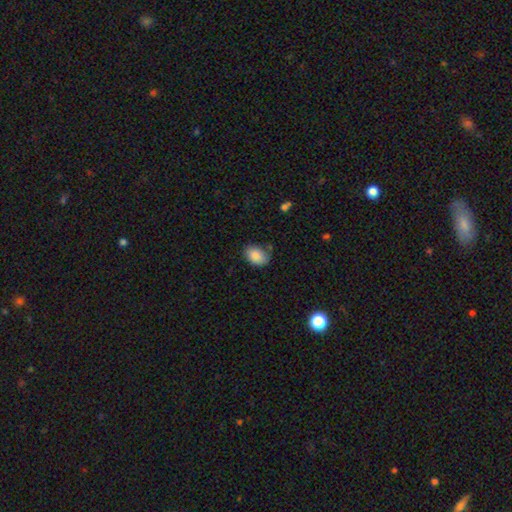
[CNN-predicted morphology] smooth 86%, star or artifact 8%, featured or disk 6%. Down the decision tree: how rounded — in between (75%); merging — none (69%).